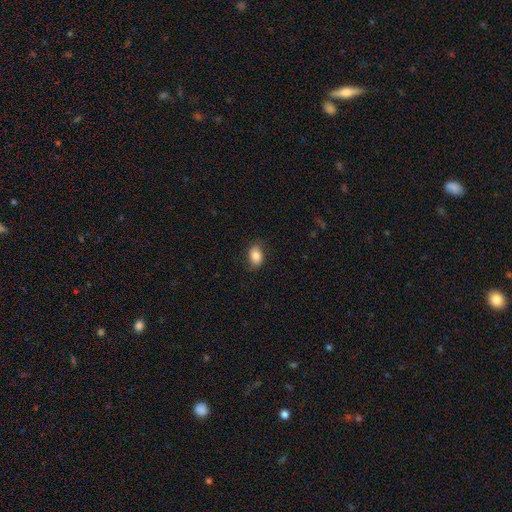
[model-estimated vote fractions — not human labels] The model was most divided on "how rounded": in between: 80%, round: 19%, cigar-shaped: 1%. More confident: smooth or featured — smooth (84%); merging — none (81%).